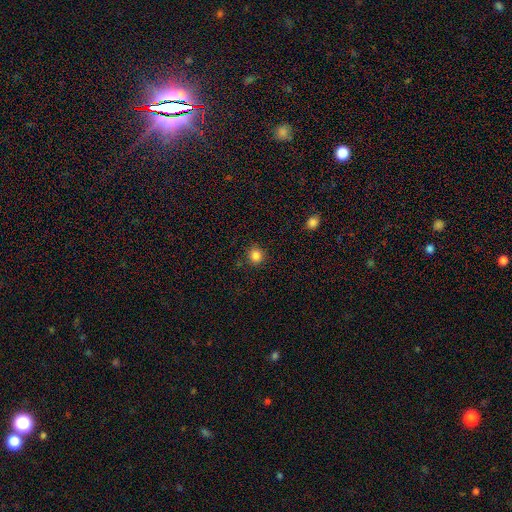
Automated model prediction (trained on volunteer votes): smooth_or_featured: smooth (p=0.85) [alt: star or artifact p=0.12]
how_rounded: round (p=0.89) [alt: in between p=0.10]
merging: none (p=0.87) [alt: minor disturbance p=0.09]